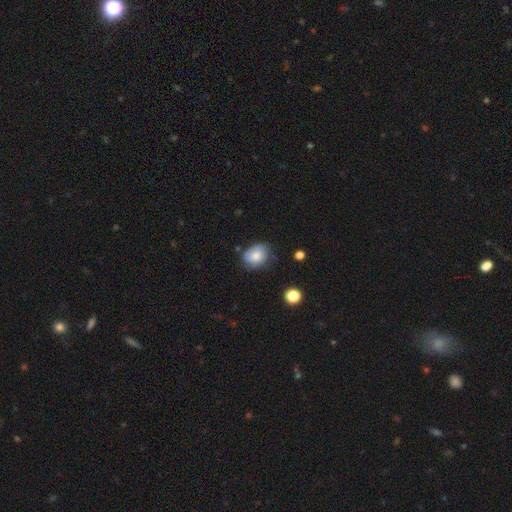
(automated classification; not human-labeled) smooth-or-featured: smooth: 74% | featured or disk: 17% | star or artifact: 9%
  how-rounded: in between: 59% | round: 40% | cigar-shaped: 1%
  merging: none: 59% | minor disturbance: 30% | major disturbance: 8% | merger: 3%